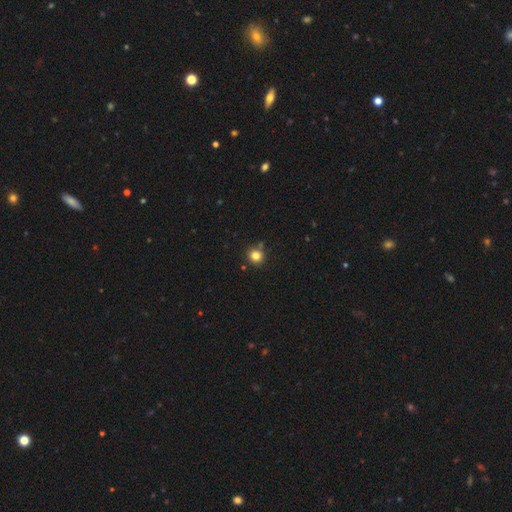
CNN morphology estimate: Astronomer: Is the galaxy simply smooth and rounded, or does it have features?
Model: smooth — 82%.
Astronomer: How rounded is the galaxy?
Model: round — 92%.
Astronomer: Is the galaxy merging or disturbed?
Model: none — 82%.